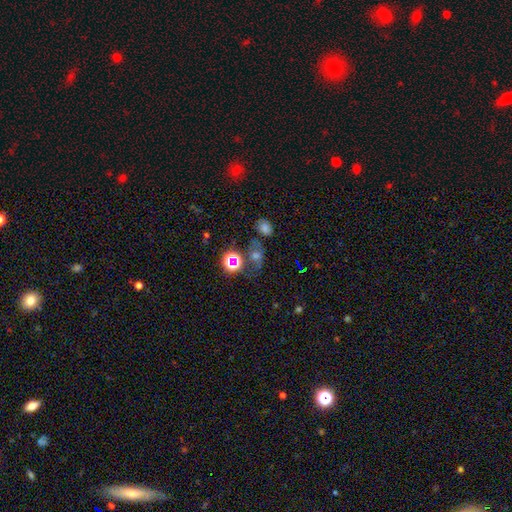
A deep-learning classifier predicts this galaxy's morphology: type=star or artifact (53%).